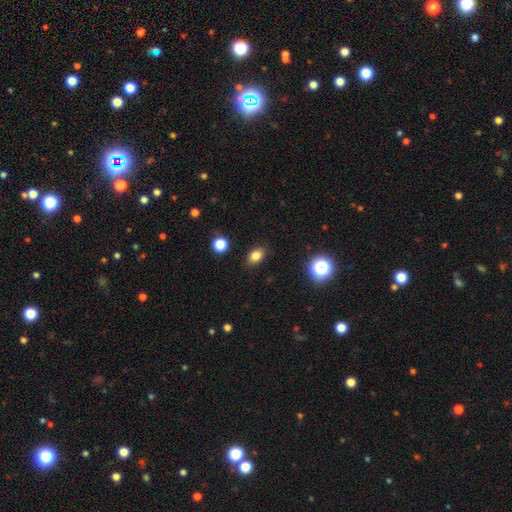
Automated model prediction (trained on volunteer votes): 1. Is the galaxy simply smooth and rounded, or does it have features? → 81% smooth, 13% star or artifact, 6% featured or disk.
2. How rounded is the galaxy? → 76% in between, 23% round, 1% cigar-shaped.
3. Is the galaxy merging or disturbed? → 88% none, 8% minor disturbance, 2% major disturbance, 1% merger.